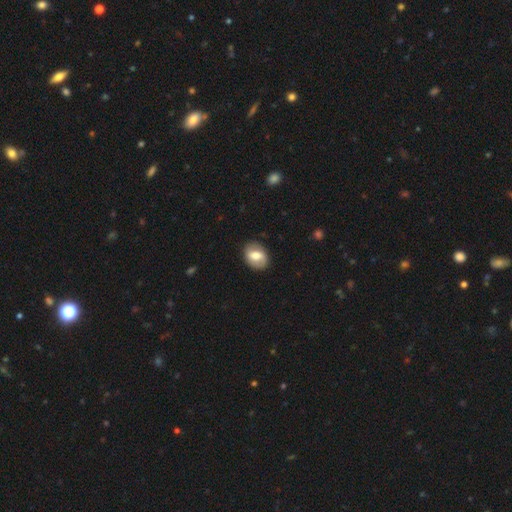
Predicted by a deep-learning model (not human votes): Morphology: type=smooth (58%); roundness=in between (65%); merging=none (84%).